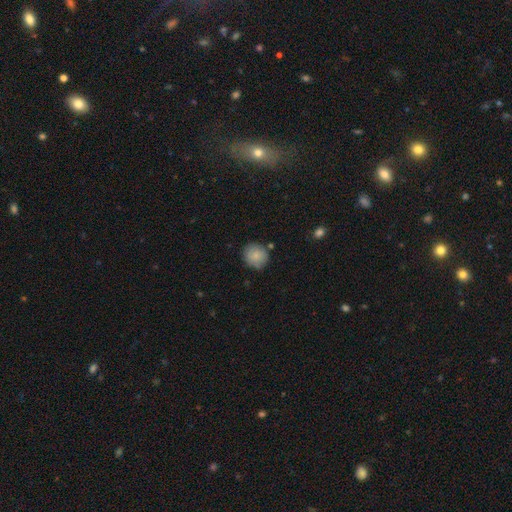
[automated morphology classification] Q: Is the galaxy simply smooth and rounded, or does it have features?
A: smooth — 84%.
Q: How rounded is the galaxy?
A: round — 88%.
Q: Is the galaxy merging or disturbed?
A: none — 82%.